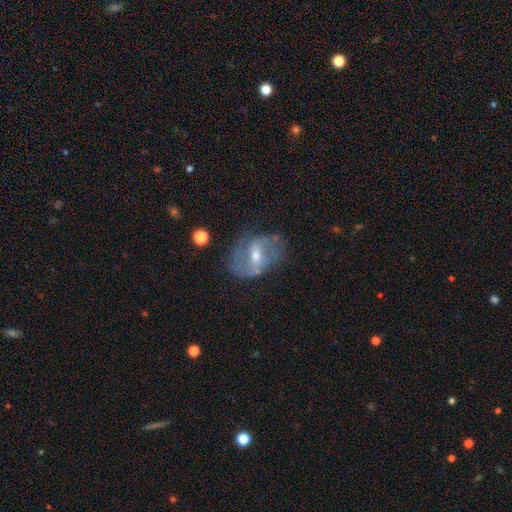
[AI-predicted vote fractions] Smooth or featured: featured or disk — 75% (smooth — 17%)
Edge-on disk: no — 96% (yes — 4%)
Bar: weak — 49% (strong — 26%)
Spiral arms: yes — 81% (no — 19%)
Spiral winding: medium — 44% (loose — 33%)
Spiral arm count: 2 — 74% (can't tell — 15%)
Bulge size: moderate — 58% (small — 36%)
Merging: none — 63% (minor disturbance — 22%)